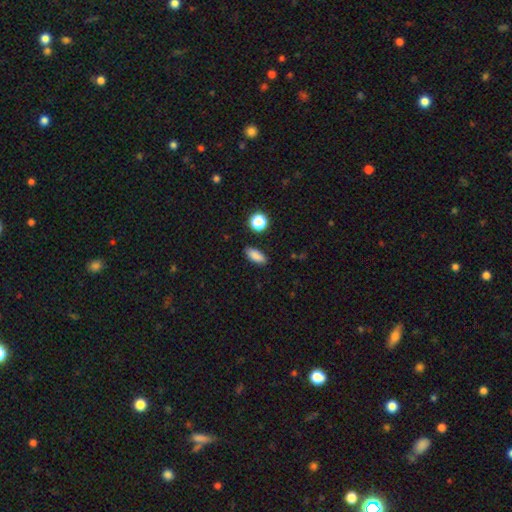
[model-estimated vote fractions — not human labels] Smooth or featured? smooth (86%)
How rounded? in between (79%)
Merging? none (86%)